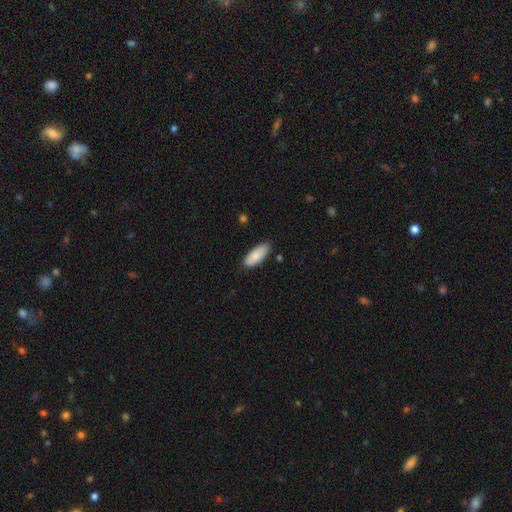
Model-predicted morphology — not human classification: This is clearly a smooth galaxy (86%). How rounded: likely in between (78%). Merging: clearly none (83%).